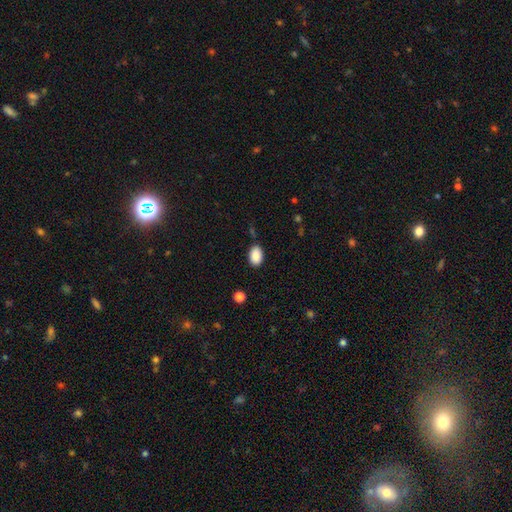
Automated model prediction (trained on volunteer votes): This is clearly a smooth galaxy (89%). How rounded: clearly in between (89%). Merging: clearly none (84%).